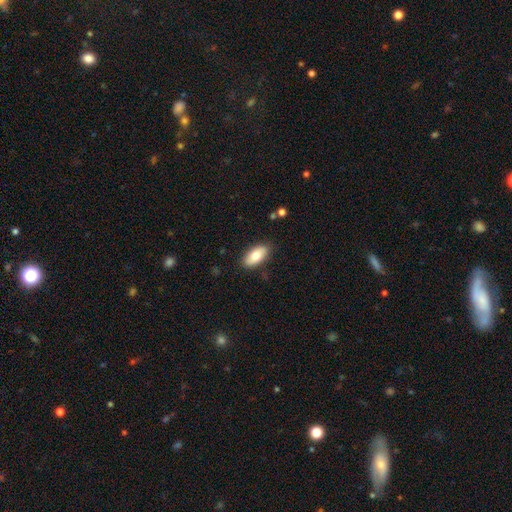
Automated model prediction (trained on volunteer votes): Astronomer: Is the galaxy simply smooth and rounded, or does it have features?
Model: smooth — 80%.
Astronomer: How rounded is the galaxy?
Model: in between — 91%.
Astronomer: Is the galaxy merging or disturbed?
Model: none — 86%.